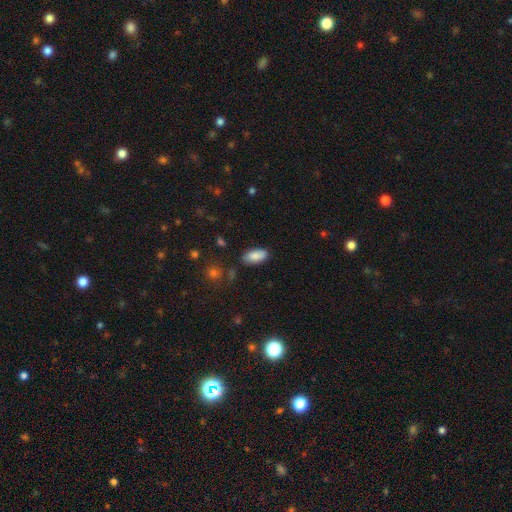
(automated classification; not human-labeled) Overall: smooth (87%). How rounded: in between (90%). Merging: none (83%).